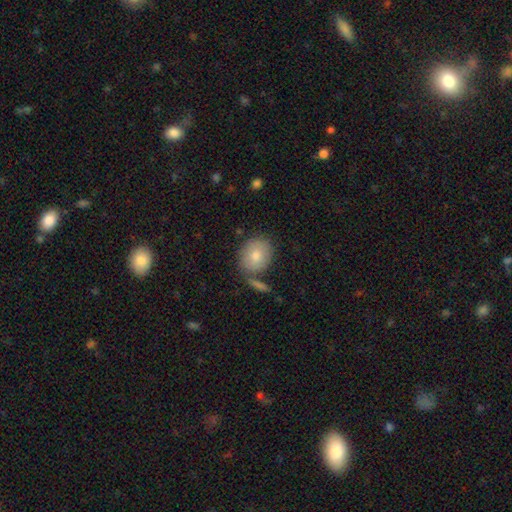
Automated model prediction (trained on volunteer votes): Morphology: type=smooth (78%); roundness=round (58%); merging=none (71%).